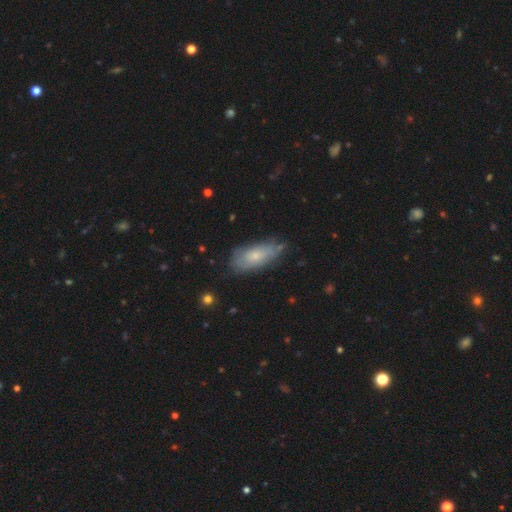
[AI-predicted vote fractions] The model was most divided on "smooth or featured": smooth: 54%, featured or disk: 39%, star or artifact: 7%. More confident: how rounded — in between (82%); merging — none (66%).